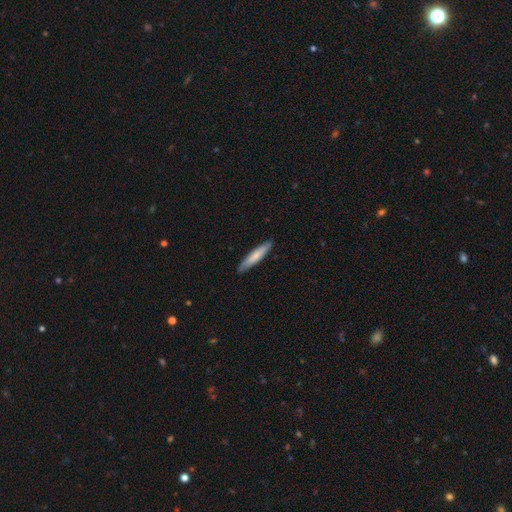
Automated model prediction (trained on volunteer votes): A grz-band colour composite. It shows a smooth galaxy with no disk features (74%) that is cigar-shaped (88%). Merging: none (88%).